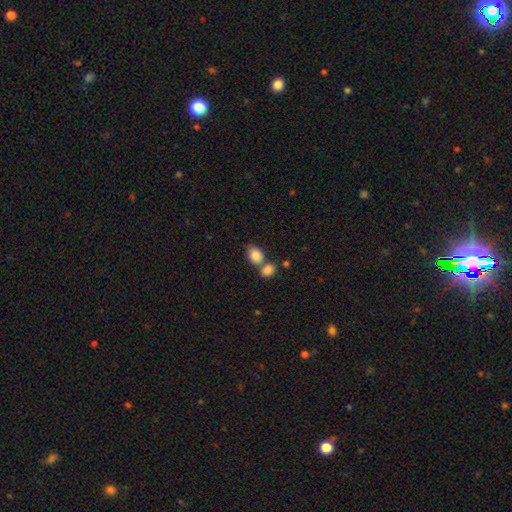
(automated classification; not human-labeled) smooth_or_featured: smooth (p=0.86) [alt: star or artifact p=0.08]
how_rounded: in between (p=0.68) [alt: round p=0.31]
merging: merger (p=0.46) [alt: none p=0.40]